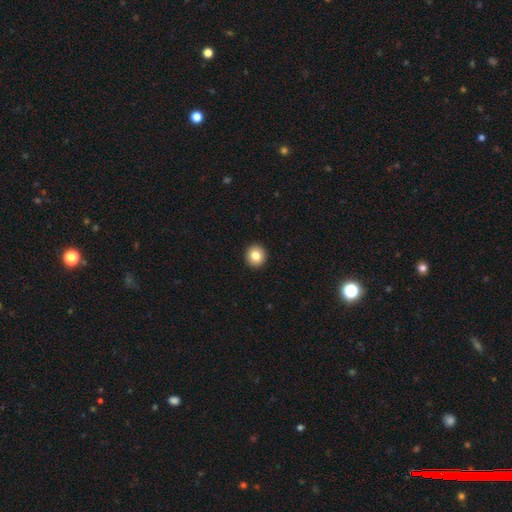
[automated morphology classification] The model was most divided on "smooth or featured": smooth: 82%, star or artifact: 9%, featured or disk: 8%. More confident: merging — none (94%); how rounded — round (91%).